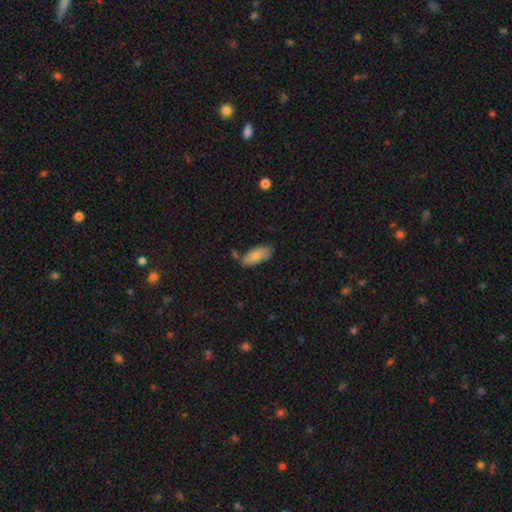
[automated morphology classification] Smooth or featured?
  - smooth: 83% *
  - featured or disk: 11%
  - star or artifact: 6%
How rounded?
  - in between: 87% *
  - cigar-shaped: 12%
  - round: 2%
Merging?
  - none: 67% *
  - minor disturbance: 22%
  - merger: 6%
  - major disturbance: 5%